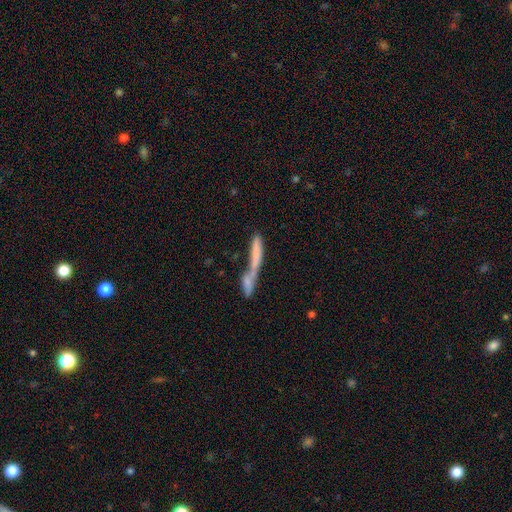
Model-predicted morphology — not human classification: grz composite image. It shows a smooth galaxy with no disk features (59%) that is cigar-shaped (85%). Merging: merger (64%).